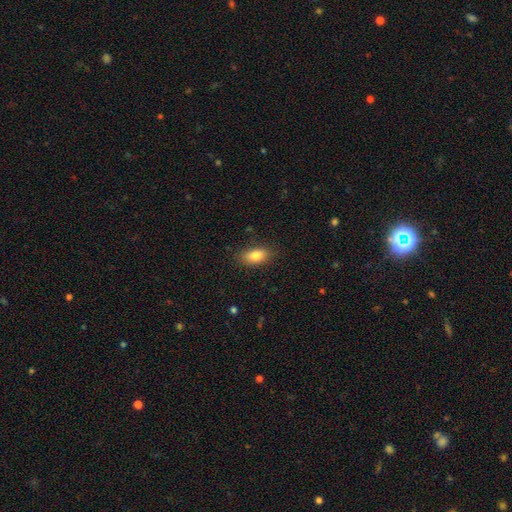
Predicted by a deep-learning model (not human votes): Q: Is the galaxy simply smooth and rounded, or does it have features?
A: smooth — 82%.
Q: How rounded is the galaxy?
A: in between — 88%.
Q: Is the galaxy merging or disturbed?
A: none — 85%.